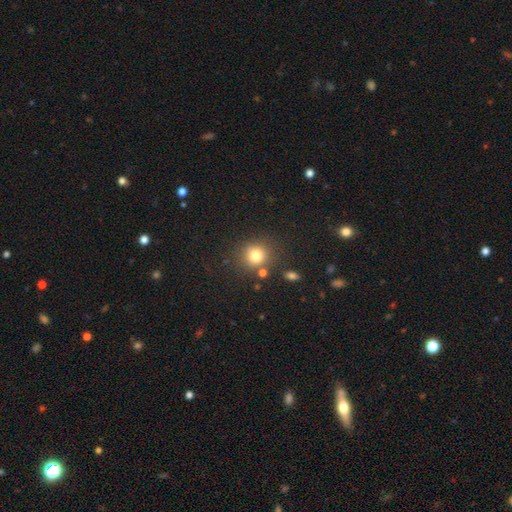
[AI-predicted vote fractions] Q: Smooth or featured?
A: smooth (78%); runner-up: star or artifact (14%)
Q: How rounded?
A: round (86%); runner-up: in between (13%)
Q: Merging?
A: none (77%); runner-up: minor disturbance (11%)